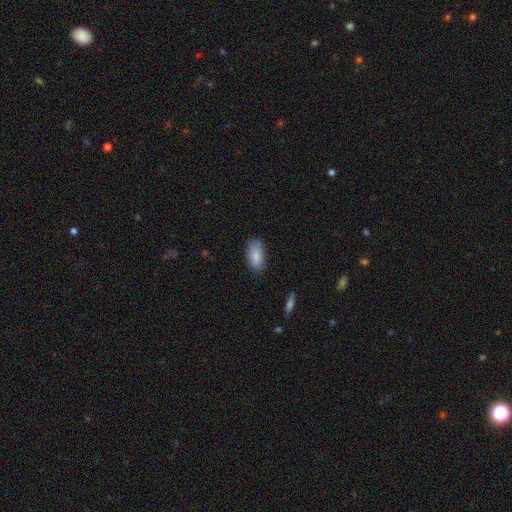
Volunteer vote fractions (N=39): Smooth or featured?
  - smooth: 90% *
  - star or artifact: 8%
  - featured or disk: 3%
How rounded?
  - in between: 97% *
  - cigar-shaped: 3%
  - round: 0%
Merging?
  - none: 86% *
  - minor disturbance: 14%
  - major disturbance: 0%
  - merger: 0%